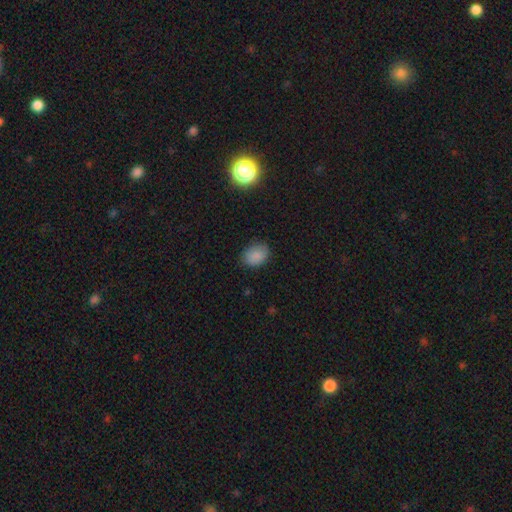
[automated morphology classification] This appears to be a smooth galaxy with no disk features (85%) that is in between round and cigar-shaped (64%). Merging: none (82%).